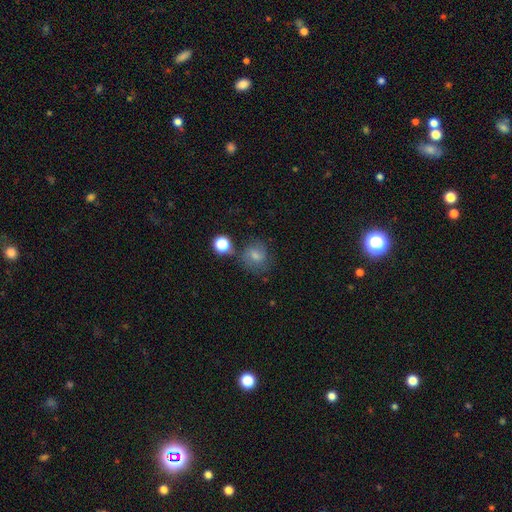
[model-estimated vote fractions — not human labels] smooth 46%, featured or disk 33%, star or artifact 21%. Down the decision tree: merging — none (70%).